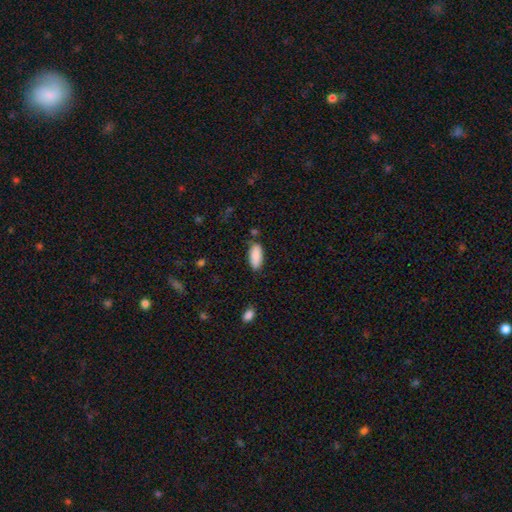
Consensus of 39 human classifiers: smooth-or-featured: smooth: 92% | featured or disk: 5% | star or artifact: 3%
  how-rounded: in between: 78% | cigar-shaped: 19% | round: 3%
  merging: none: 66% | minor disturbance: 26% | major disturbance: 5% | merger: 3%